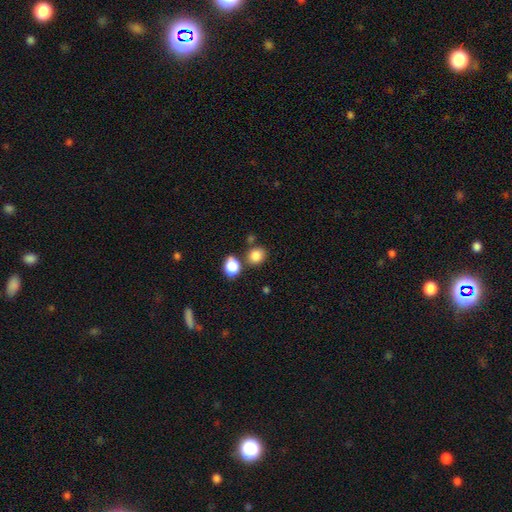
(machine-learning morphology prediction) Smooth or featured: smooth — 84% (star or artifact — 11%)
How rounded: round — 72% (in between — 27%)
Merging: none — 71% (merger — 14%)